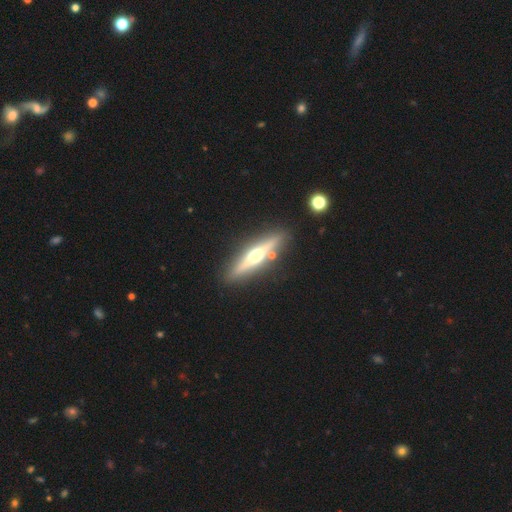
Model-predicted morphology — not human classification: Smooth or featured? Predicted: featured or disk (p=0.70). Edge-on disk? Predicted: yes (p=0.95). Edge-on bulge? Predicted: rounded (p=0.96). Merging? Predicted: none (p=0.86).